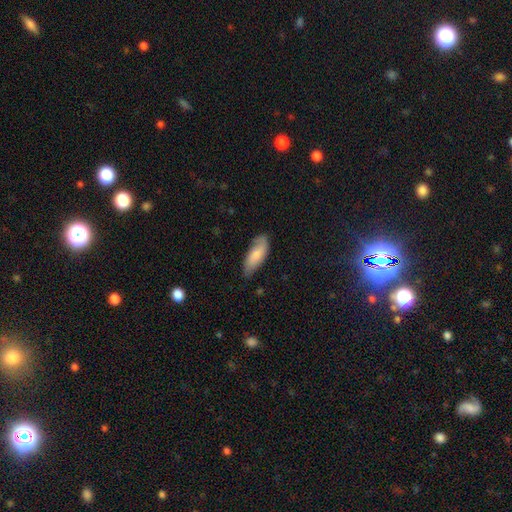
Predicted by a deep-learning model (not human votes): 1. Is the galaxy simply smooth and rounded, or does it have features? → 70% smooth, 24% featured or disk, 6% star or artifact.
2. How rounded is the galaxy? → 68% in between, 30% cigar-shaped, 2% round.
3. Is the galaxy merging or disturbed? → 70% none, 24% minor disturbance, 5% major disturbance, 2% merger.